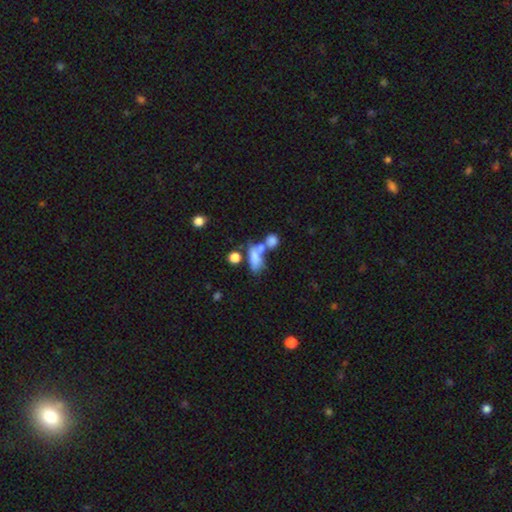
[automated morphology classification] A smooth galaxy with no disk features (68%) that is in between round and cigar-shaped (76%). Merging: merger (48%).